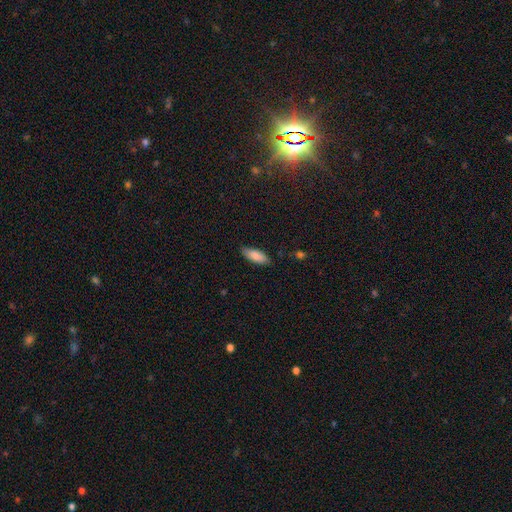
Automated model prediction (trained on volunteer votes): The model was most divided on "how rounded": in between: 73%, cigar-shaped: 25%, round: 2%. More confident: merging — none (84%); smooth or featured — smooth (84%).